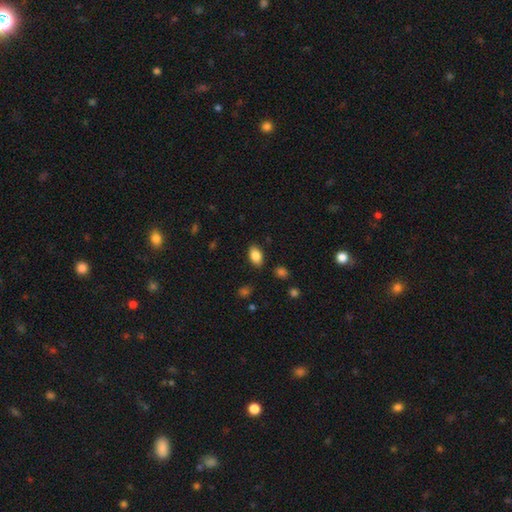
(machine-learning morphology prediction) The model was most divided on "merging": none: 85%, minor disturbance: 10%, major disturbance: 3%, merger: 2%. More confident: how rounded — in between (91%); smooth or featured — smooth (85%).